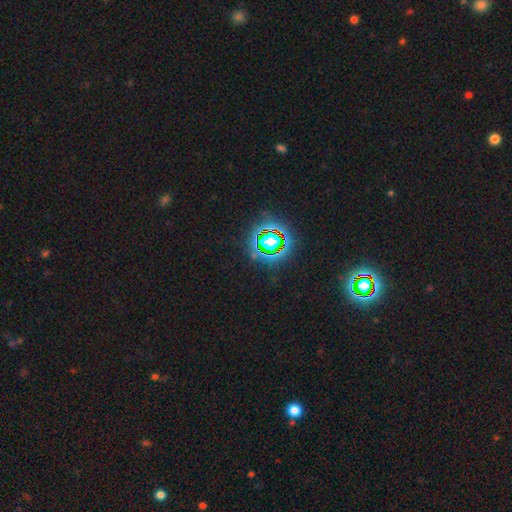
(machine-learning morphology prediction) A star or artifact, not a galaxy (80%).

Vote fractions:
- Smooth or featured? star or artifact: 80% / smooth: 13% / featured or disk: 7%